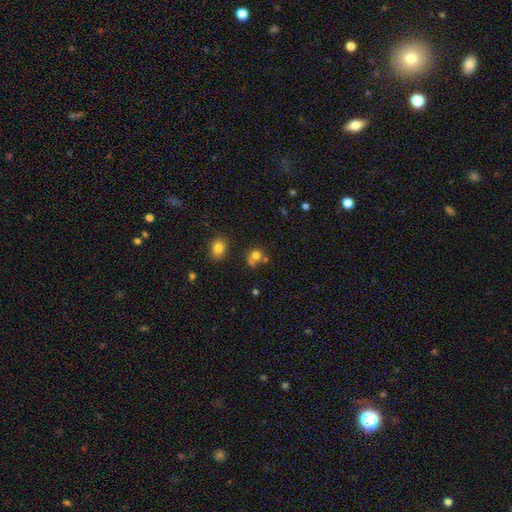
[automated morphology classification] smooth_or_featured: smooth (p=0.75) [alt: star or artifact p=0.14]
how_rounded: round (p=0.77) [alt: in between p=0.22]
merging: none (p=0.49) [alt: merger p=0.30]